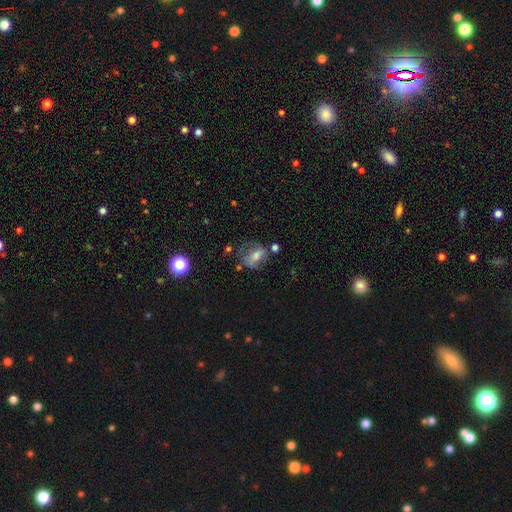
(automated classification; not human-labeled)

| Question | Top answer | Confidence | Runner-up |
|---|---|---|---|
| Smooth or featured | smooth | 49% | featured or disk (36%) |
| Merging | none | 44% | minor disturbance (25%) |